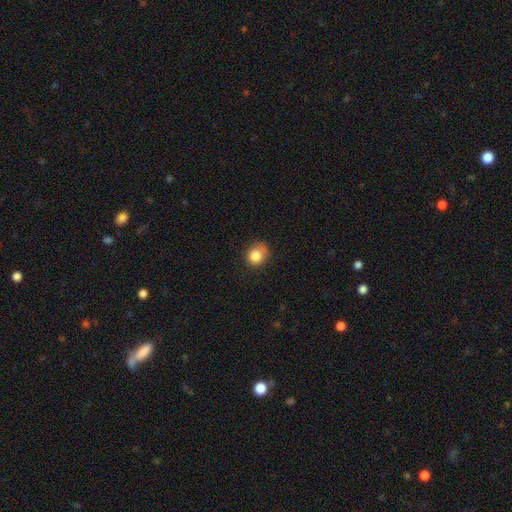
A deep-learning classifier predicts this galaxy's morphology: This appears to be a smooth galaxy with no disk features (84%) that is round (69%). Merging: none (59%).